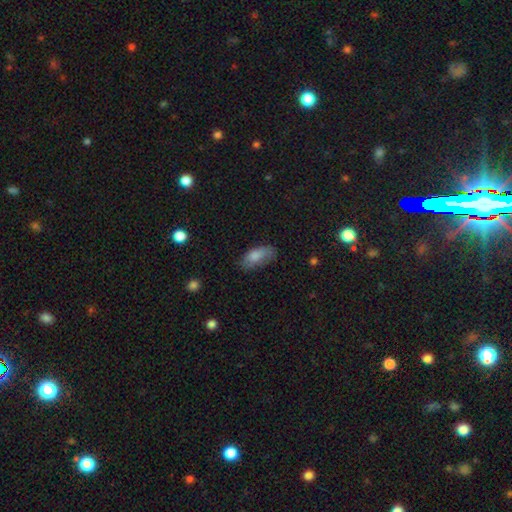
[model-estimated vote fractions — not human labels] Morphology: type=smooth (80%); roundness=in between (86%); merging=none (60%).